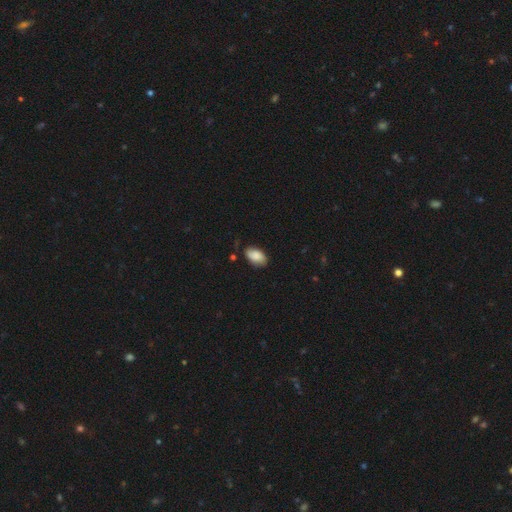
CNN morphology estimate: This is clearly a smooth galaxy (81%). How rounded: clearly in between (93%). Merging: likely none (75%).